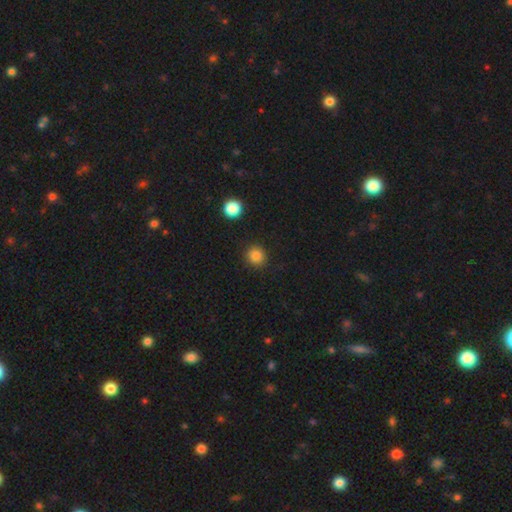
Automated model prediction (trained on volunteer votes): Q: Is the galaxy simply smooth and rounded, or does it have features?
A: smooth — 85%.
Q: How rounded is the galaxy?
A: round — 92%.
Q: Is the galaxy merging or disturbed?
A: none — 90%.